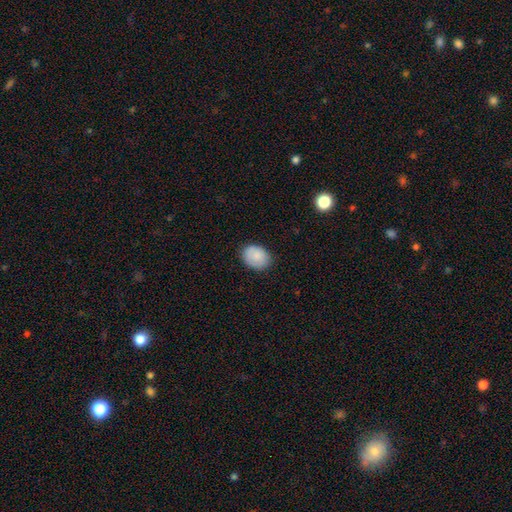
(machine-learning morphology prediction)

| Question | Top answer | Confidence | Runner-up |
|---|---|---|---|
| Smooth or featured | smooth | 85% | featured or disk (8%) |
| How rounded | in between | 60% | round (39%) |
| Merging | none | 80% | minor disturbance (16%) |